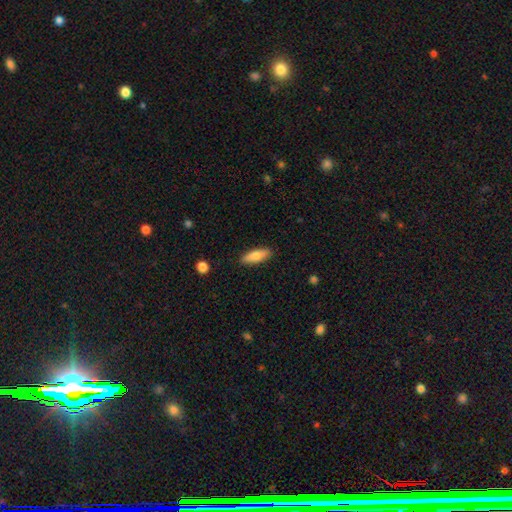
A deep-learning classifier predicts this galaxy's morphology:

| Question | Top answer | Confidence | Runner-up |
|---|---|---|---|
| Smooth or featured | smooth | 81% | featured or disk (13%) |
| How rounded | in between | 54% | cigar-shaped (44%) |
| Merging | none | 89% | minor disturbance (8%) |